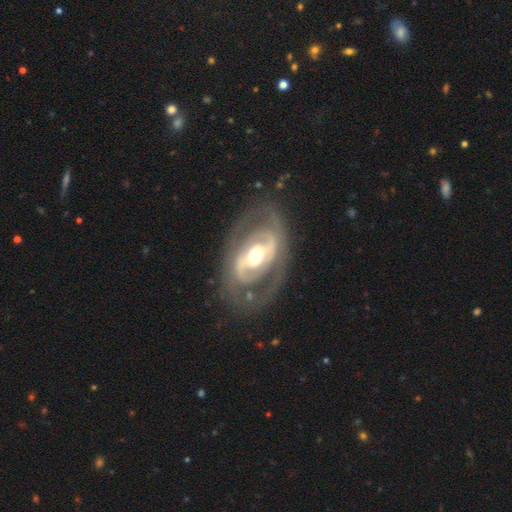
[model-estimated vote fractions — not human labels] Overall: featured or disk (82%). Edge-on disk: no (94%). Bar: strong (38%; weak 31%). Spiral arms: yes (66%; no 34%). Spiral arm count: 2 (71%). Spiral winding: tight (46%; medium 37%). Bulge size: moderate (67%). Merging: none (74%).